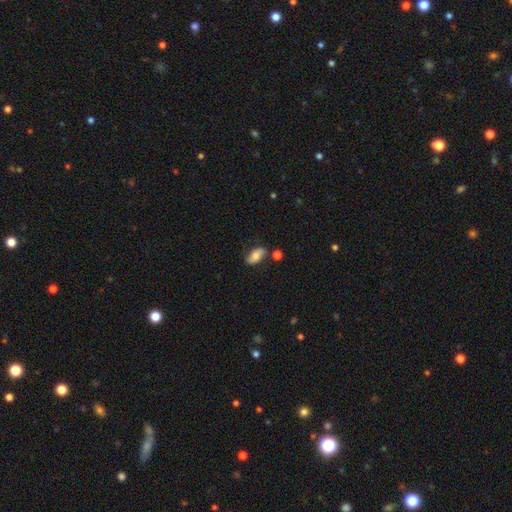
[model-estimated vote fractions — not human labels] A smooth galaxy with no disk features (63%) that is in between round and cigar-shaped (91%).

Vote fractions:
- Smooth or featured? smooth: 63% / featured or disk: 29% / star or artifact: 8%
- How rounded? in between: 91% / round: 5% / cigar-shaped: 4%
- Merging? none: 70% / minor disturbance: 18% / merger: 7% / major disturbance: 5%